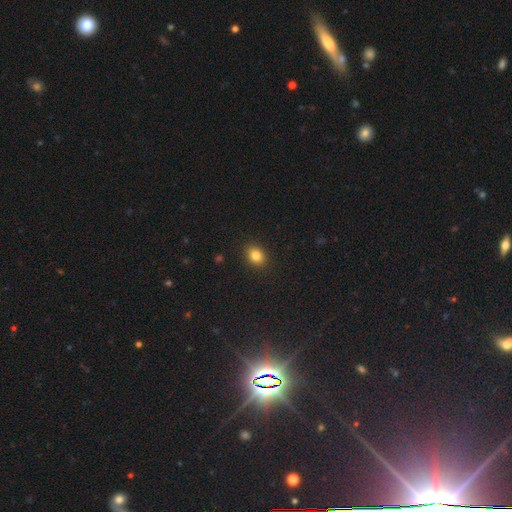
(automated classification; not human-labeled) smooth_or_featured: smooth (p=0.83) [alt: star or artifact p=0.11]
how_rounded: in between (p=0.54) [alt: round p=0.45]
merging: none (p=0.90) [alt: minor disturbance p=0.07]